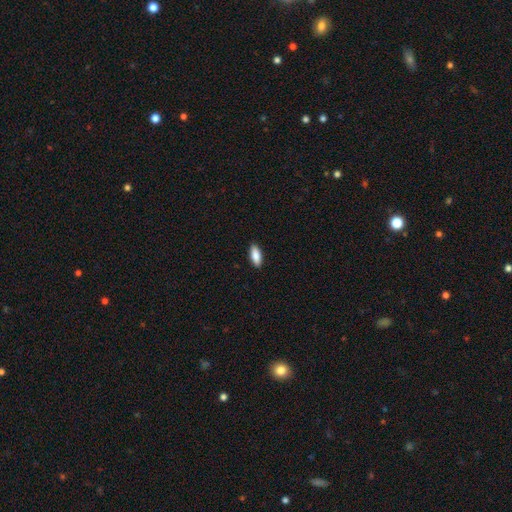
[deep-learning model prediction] Morphology: type=smooth (86%); roundness=in between (77%); merging=none (90%).